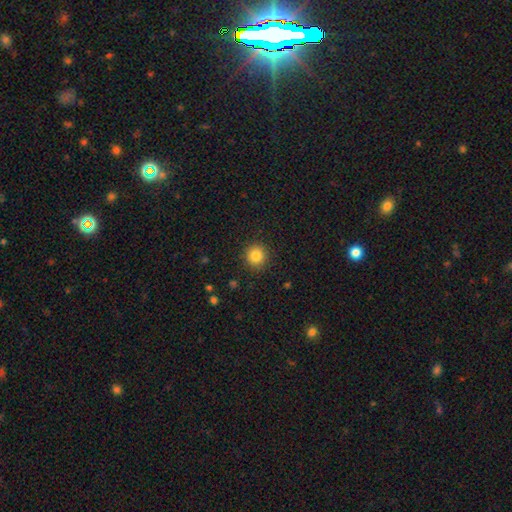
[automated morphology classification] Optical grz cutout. It shows a smooth galaxy with no disk features (84%) that is round (92%). Merging: none (91%).